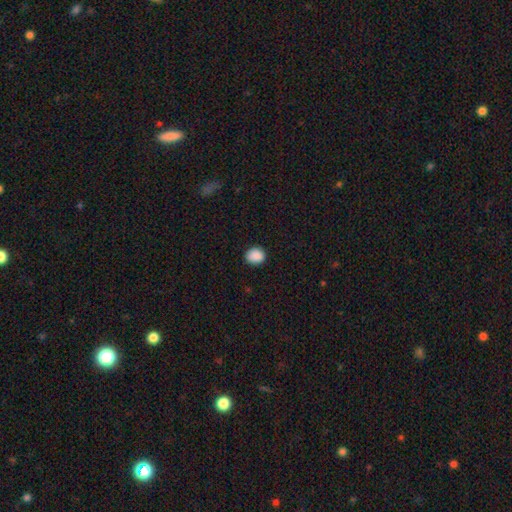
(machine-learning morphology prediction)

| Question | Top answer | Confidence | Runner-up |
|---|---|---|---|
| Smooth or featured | smooth | 89% | star or artifact (8%) |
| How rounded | round | 62% | in between (37%) |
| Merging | none | 86% | minor disturbance (10%) |